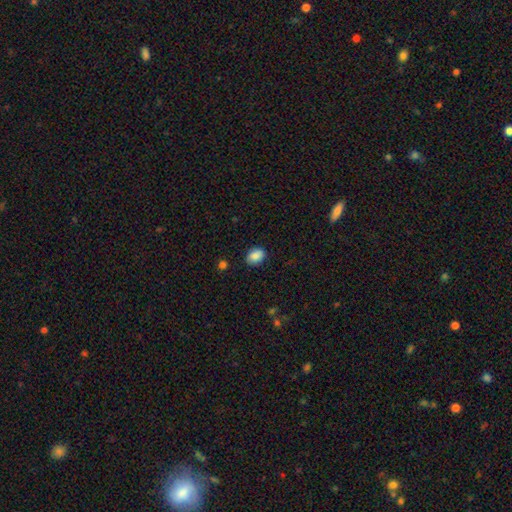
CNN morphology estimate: The model was most divided on "how rounded": in between: 70%, round: 29%, cigar-shaped: 1%. More confident: smooth or featured — smooth (86%); merging — none (85%).